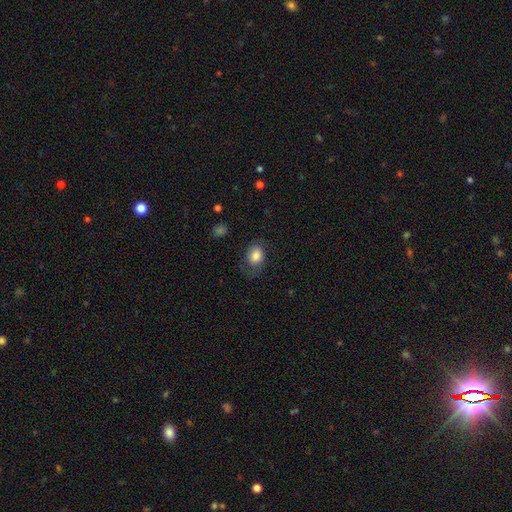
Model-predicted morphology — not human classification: This is clearly a smooth galaxy (82%). How rounded: likely in between (62%). Merging: likely none (66%).